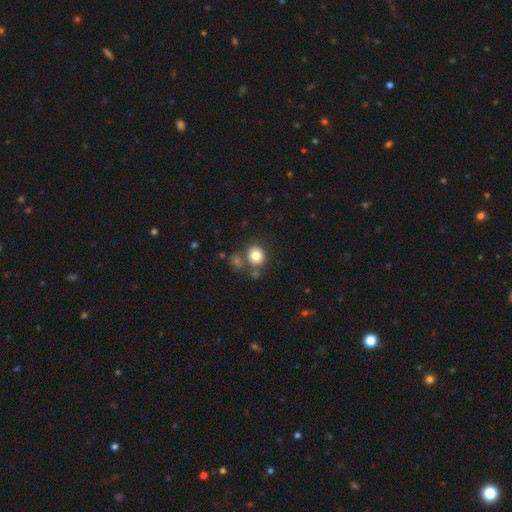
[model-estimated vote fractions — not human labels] smooth_or_featured: smooth (p=0.81) [alt: star or artifact p=0.11]
how_rounded: round (p=0.78) [alt: in between p=0.21]
merging: none (p=0.69) [alt: merger p=0.15]